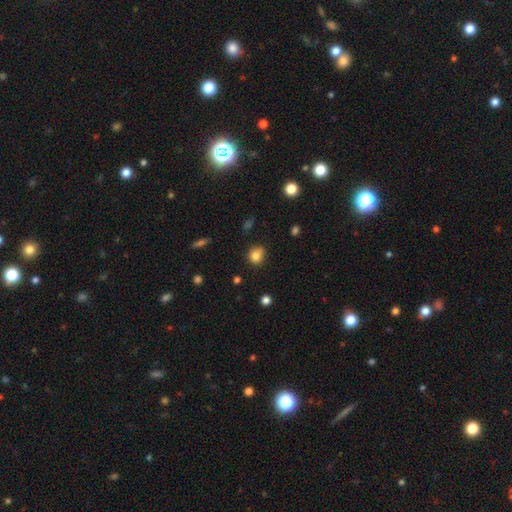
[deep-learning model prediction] Smooth or featured?
  - smooth: 82% *
  - star or artifact: 12%
  - featured or disk: 6%
How rounded?
  - round: 75% *
  - in between: 24%
  - cigar-shaped: 1%
Merging?
  - none: 71% *
  - minor disturbance: 22%
  - major disturbance: 5%
  - merger: 3%